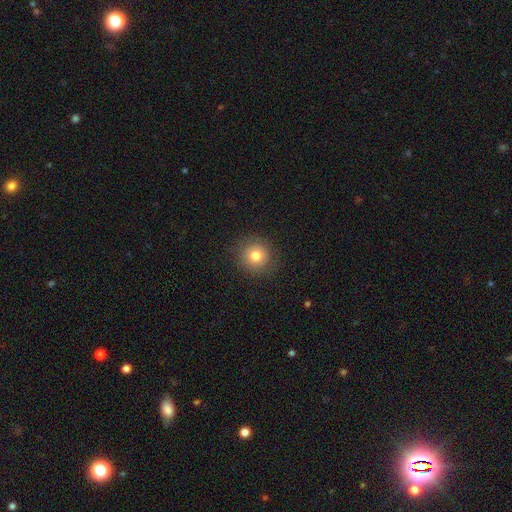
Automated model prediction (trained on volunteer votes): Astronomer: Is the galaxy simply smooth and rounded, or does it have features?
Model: smooth — 78%.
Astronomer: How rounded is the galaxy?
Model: round — 93%.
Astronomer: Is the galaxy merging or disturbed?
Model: none — 88%.